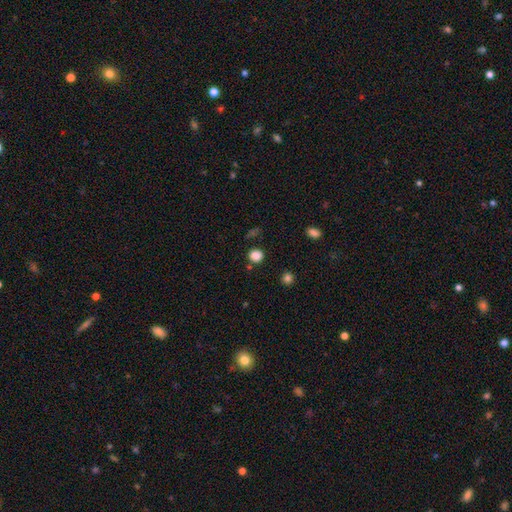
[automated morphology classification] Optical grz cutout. It shows a smooth galaxy with no disk features (83%) that is round (80%). Merging: none (84%).